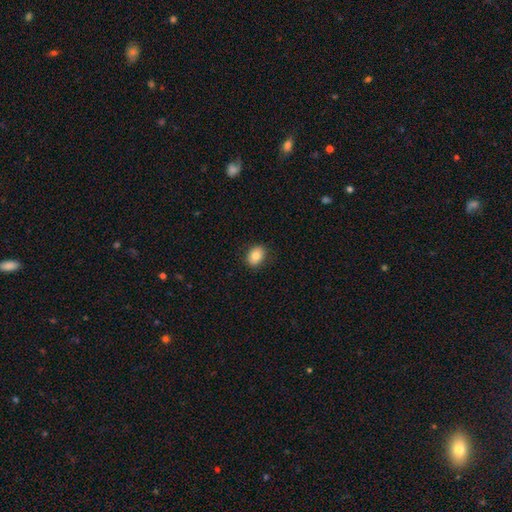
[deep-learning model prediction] This appears to be a smooth galaxy with no disk features (83%) that is in between round and cigar-shaped (68%). Merging: none (88%).